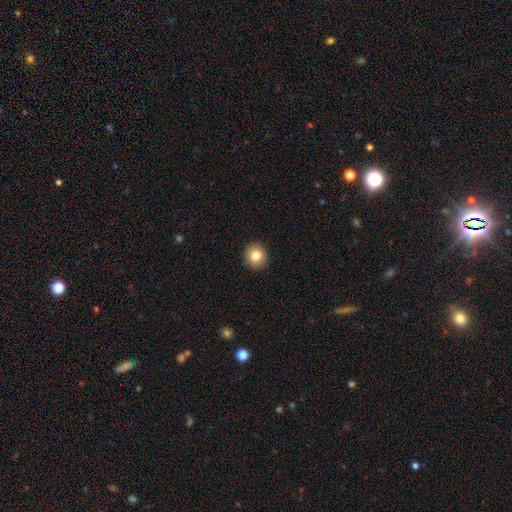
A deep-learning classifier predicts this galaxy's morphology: A smooth galaxy with no disk features (82%) that is round (90%).

Vote fractions:
- Smooth or featured? smooth: 82% / star or artifact: 10% / featured or disk: 8%
- How rounded? round: 90% / in between: 9% / cigar-shaped: 1%
- Merging? none: 92% / minor disturbance: 5% / major disturbance: 2% / merger: 1%